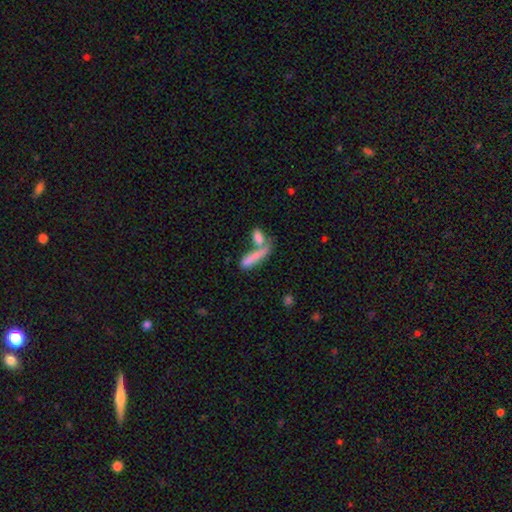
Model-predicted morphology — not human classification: A smooth galaxy with no disk features (75%) that is cigar-shaped (71%). Merging: merger (48%).